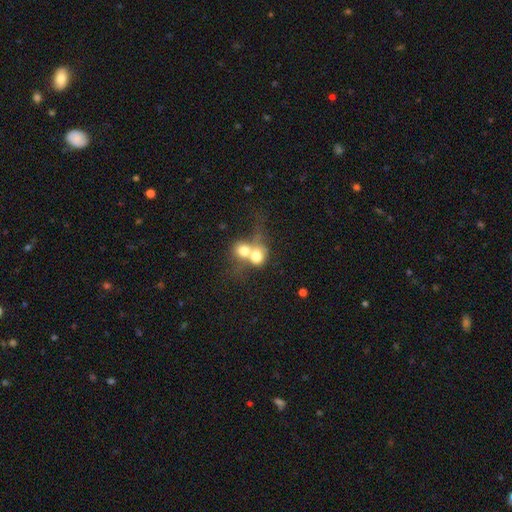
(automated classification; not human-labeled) This is likely a smooth galaxy (69%). How rounded: likely round (67%). Merging: likely merger (74%).